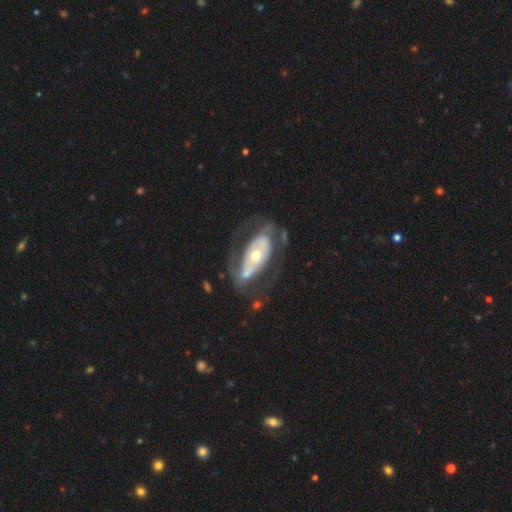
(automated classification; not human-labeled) Morphology: type=featured or disk (72%); edge-on=no (90%); bar=no (64%); spiral arms=yes (52%); bulge=moderate (58%); merging=none (56%).